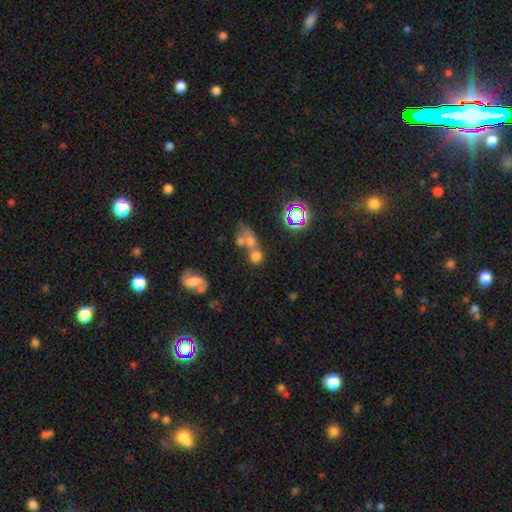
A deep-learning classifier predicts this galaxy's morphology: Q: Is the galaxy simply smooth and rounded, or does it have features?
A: smooth — 62%.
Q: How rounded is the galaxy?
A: round — 63%.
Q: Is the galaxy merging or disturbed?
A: merger — 52%.